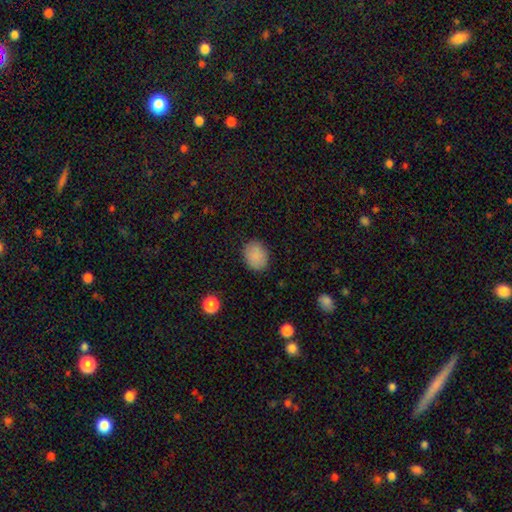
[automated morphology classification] Overall: smooth (87%). How rounded: in between (51%; round 49%). Merging: none (85%).